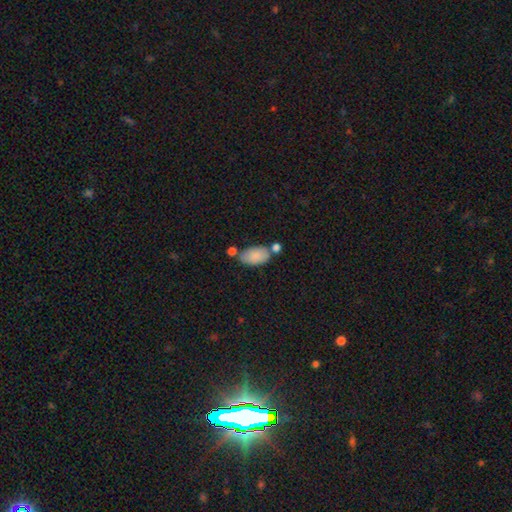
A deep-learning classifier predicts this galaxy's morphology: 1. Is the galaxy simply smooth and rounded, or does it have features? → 86% smooth, 7% featured or disk, 7% star or artifact.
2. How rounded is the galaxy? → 94% in between, 4% round, 2% cigar-shaped.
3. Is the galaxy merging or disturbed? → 60% none, 18% merger, 17% minor disturbance, 5% major disturbance.